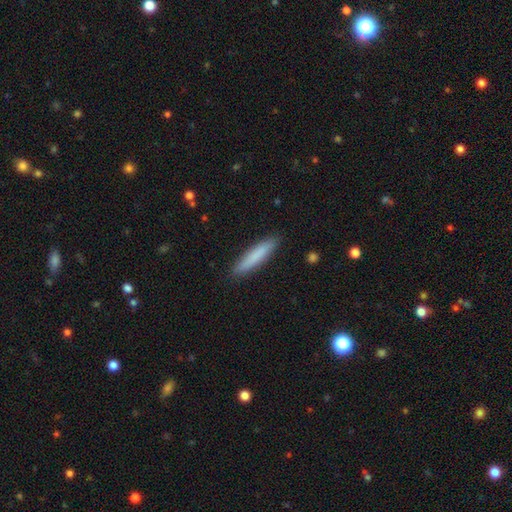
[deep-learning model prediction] A smooth galaxy with no disk features (81%) that is cigar-shaped (87%).

Vote fractions:
- Smooth or featured? smooth: 81% / featured or disk: 13% / star or artifact: 6%
- How rounded? cigar-shaped: 87% / in between: 11% / round: 1%
- Merging? none: 90% / minor disturbance: 8% / major disturbance: 2% / merger: 1%